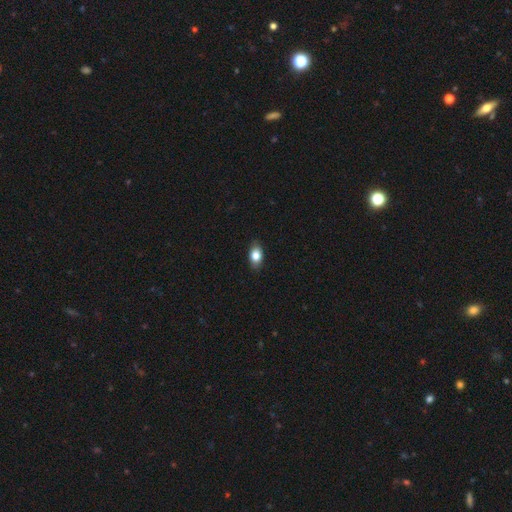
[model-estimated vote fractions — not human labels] Smooth or featured? Predicted: smooth (p=0.81). How rounded? Predicted: in between (p=0.87). Merging? Predicted: none (p=0.86).